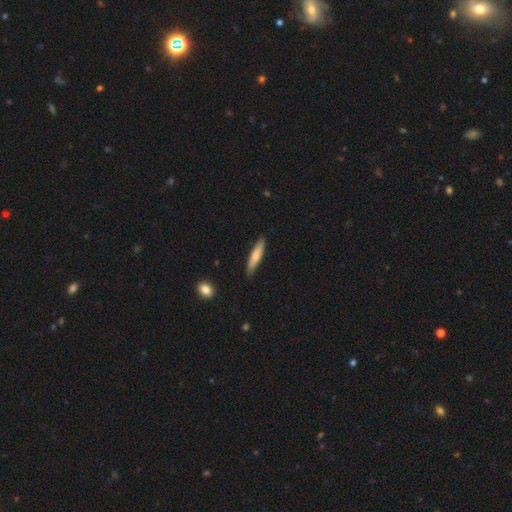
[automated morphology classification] smooth-or-featured: smooth: 73% | featured or disk: 22% | star or artifact: 5%
  how-rounded: cigar-shaped: 87% | in between: 11% | round: 1%
  merging: none: 86% | minor disturbance: 11% | major disturbance: 2% | merger: 1%